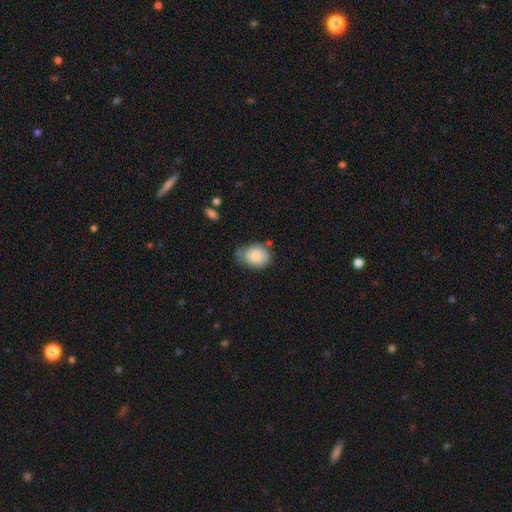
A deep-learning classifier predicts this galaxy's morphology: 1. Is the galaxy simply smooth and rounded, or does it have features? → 79% smooth, 13% featured or disk, 7% star or artifact.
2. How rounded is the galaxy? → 50% in between, 49% round, 1% cigar-shaped.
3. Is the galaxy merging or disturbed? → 54% none, 32% minor disturbance, 7% major disturbance, 7% merger.